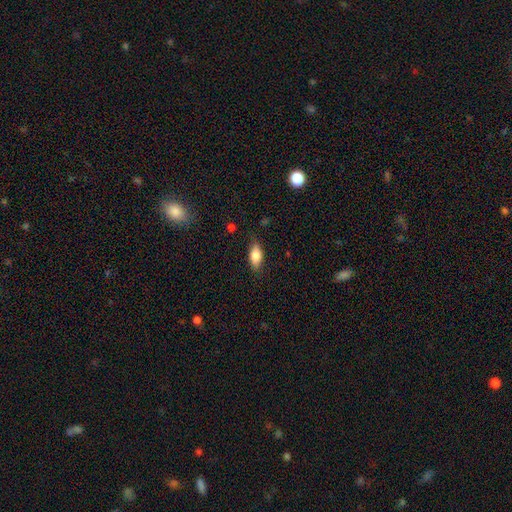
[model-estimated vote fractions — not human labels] Smooth or featured? smooth (79%)
How rounded? in between (84%)
Merging? none (81%)